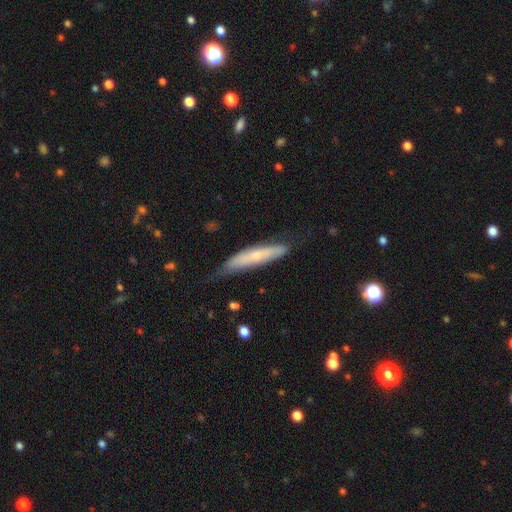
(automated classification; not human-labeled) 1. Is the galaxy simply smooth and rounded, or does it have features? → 55% smooth, 38% featured or disk, 6% star or artifact.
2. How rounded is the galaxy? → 86% cigar-shaped, 12% in between, 2% round.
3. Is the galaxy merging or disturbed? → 64% none, 28% minor disturbance, 7% major disturbance, 2% merger.